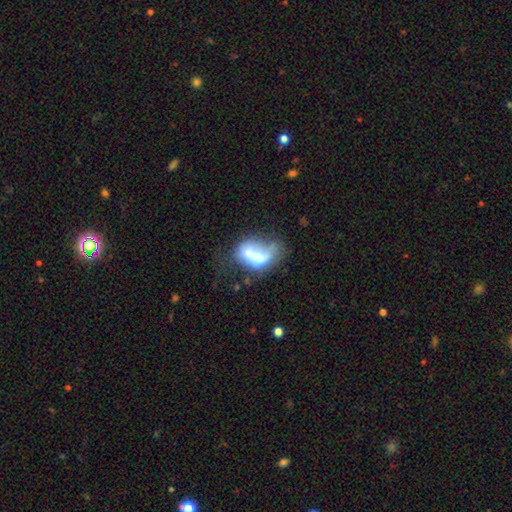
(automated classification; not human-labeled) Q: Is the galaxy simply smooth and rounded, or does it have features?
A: smooth — 53%.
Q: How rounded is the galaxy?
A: in between — 84%.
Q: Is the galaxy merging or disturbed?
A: merger — 32%.